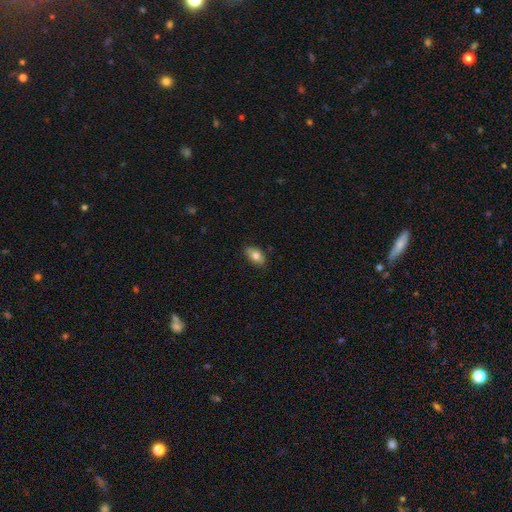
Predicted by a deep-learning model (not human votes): This appears to be a smooth galaxy with no disk features (76%) that is in between round and cigar-shaped (89%). Merging: none (83%).